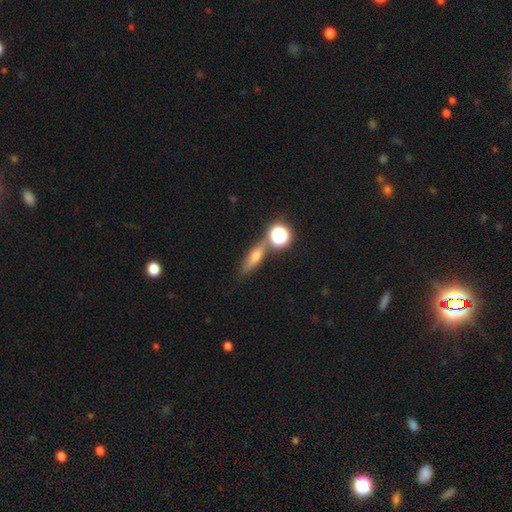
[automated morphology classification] type=featured or disk (41%); merging=none (73%).